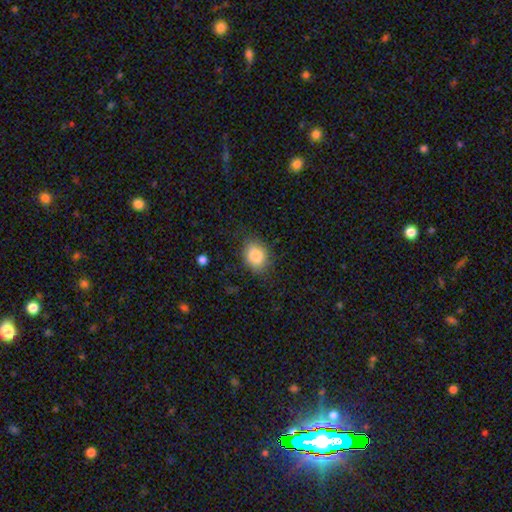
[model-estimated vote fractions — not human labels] This appears to be a smooth galaxy with no disk features (85%) that is in between round and cigar-shaped (58%). Merging: none (77%).